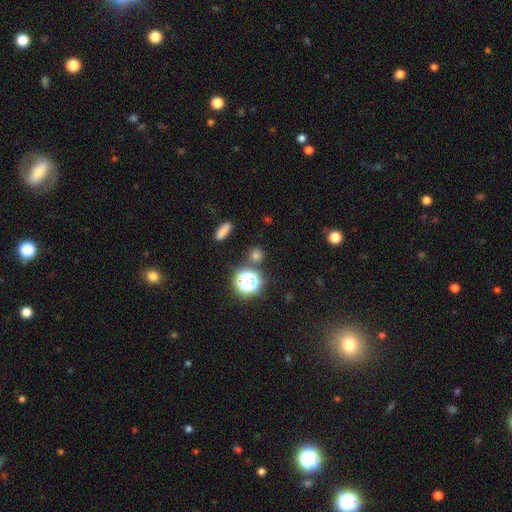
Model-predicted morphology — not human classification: This appears to be a smooth galaxy with no disk features (63%) that is round (87%). Merging: none (81%).